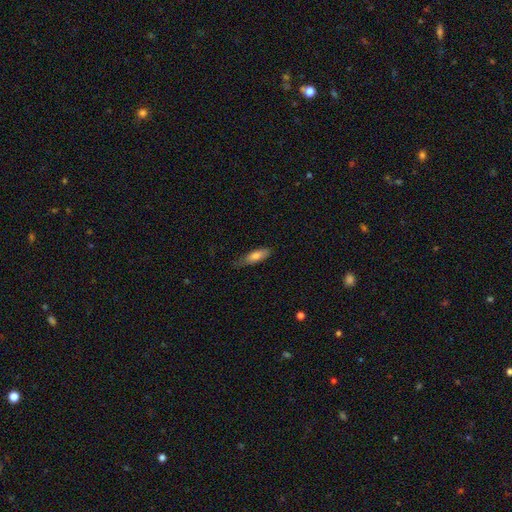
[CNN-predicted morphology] Smooth or featured? Predicted: smooth (p=0.75). How rounded? Predicted: in between (p=0.53). Merging? Predicted: none (p=0.64).